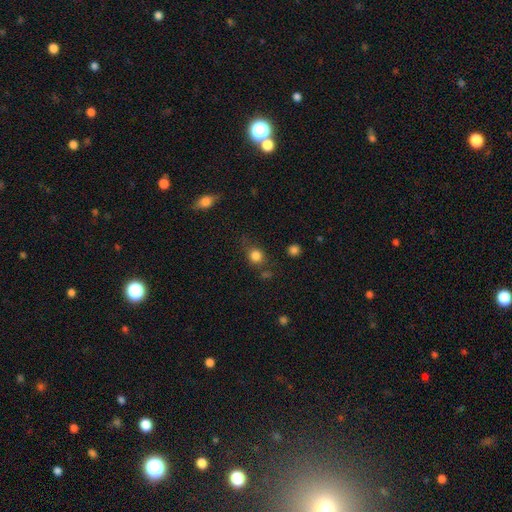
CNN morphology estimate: A smooth galaxy with no disk features (82%) that is round (80%).

Vote fractions:
- Smooth or featured? smooth: 82% / star or artifact: 12% / featured or disk: 6%
- How rounded? round: 80% / in between: 19% / cigar-shaped: 1%
- Merging? none: 70% / minor disturbance: 18% / major disturbance: 7% / merger: 6%